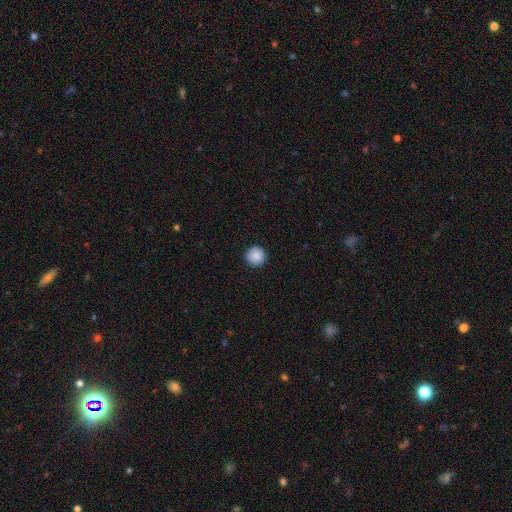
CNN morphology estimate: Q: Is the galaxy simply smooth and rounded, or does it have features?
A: smooth — 89%.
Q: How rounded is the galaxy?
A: round — 96%.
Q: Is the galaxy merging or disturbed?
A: none — 93%.